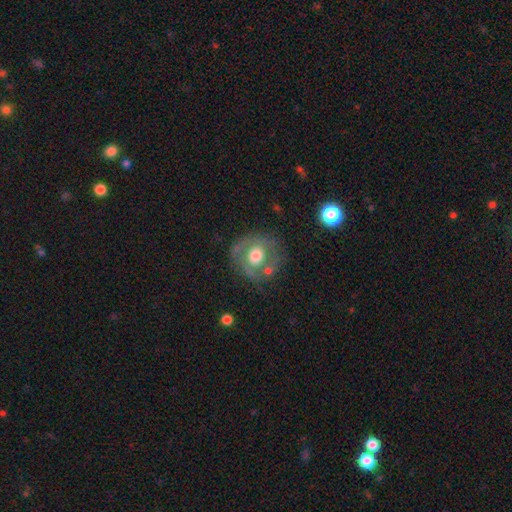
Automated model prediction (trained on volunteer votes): Smooth or featured: featured or disk — 53% (smooth — 40%)
Edge-on disk: no — 96% (yes — 4%)
Bar: no — 83% (weak — 13%)
Spiral arms: no — 60% (yes — 40%)
Bulge size: moderate — 53% (large — 36%)
Merging: none — 64% (minor disturbance — 19%)